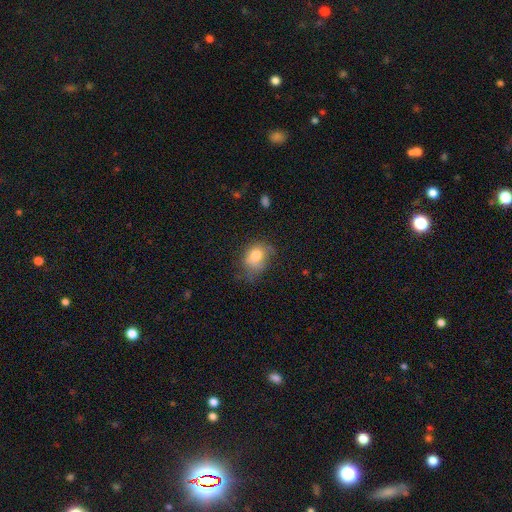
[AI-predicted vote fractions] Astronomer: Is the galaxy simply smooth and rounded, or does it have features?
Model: smooth — 74%.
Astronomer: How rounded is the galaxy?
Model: in between — 50% (runner-up: round, 49%).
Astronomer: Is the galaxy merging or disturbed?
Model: none — 45% (runner-up: minor disturbance, 34%).